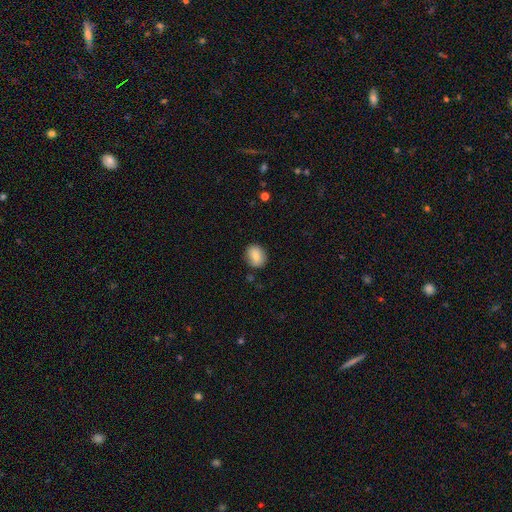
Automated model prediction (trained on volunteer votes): Smooth or featured: smooth — 82% (featured or disk — 10%)
How rounded: round — 59% (in between — 40%)
Merging: none — 85% (minor disturbance — 11%)